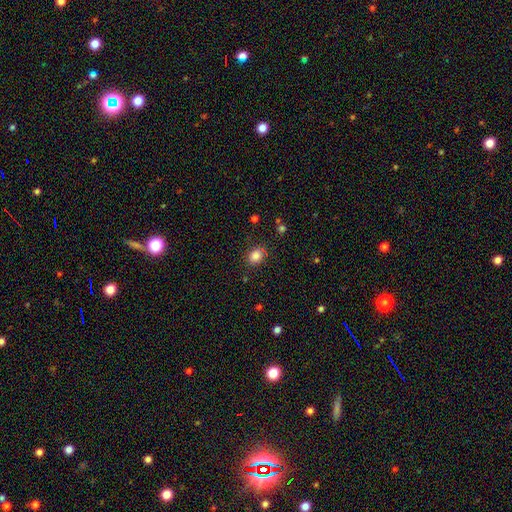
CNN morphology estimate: Q: Smooth or featured?
A: smooth (84%); runner-up: star or artifact (11%)
Q: How rounded?
A: round (52%); runner-up: in between (47%)
Q: Merging?
A: none (82%); runner-up: minor disturbance (12%)